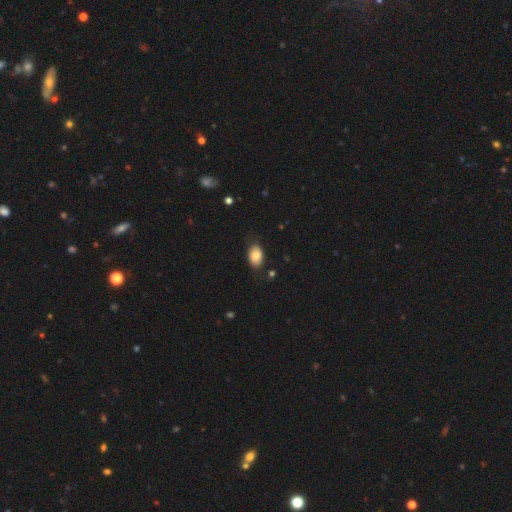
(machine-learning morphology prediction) smooth-or-featured: smooth: 82% | featured or disk: 10% | star or artifact: 7%
  how-rounded: in between: 87% | round: 12% | cigar-shaped: 1%
  merging: none: 78% | minor disturbance: 17% | major disturbance: 4% | merger: 1%